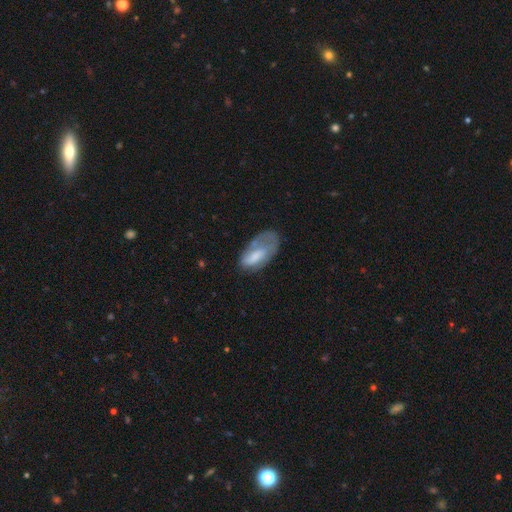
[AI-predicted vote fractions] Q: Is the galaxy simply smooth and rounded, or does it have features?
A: smooth — 56%.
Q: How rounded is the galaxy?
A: in between — 90%.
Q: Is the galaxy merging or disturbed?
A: none — 36%.